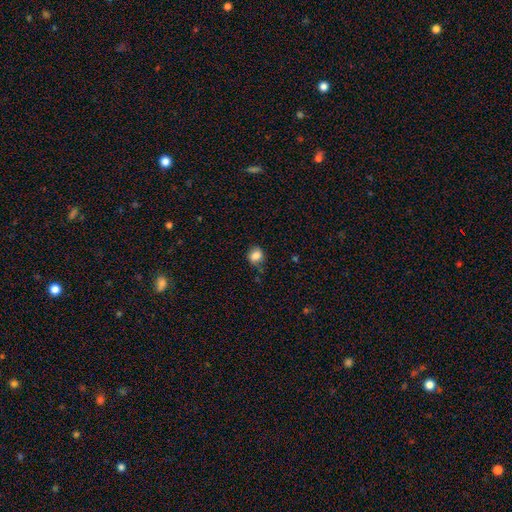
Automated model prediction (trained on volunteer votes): Smooth or featured? smooth (82%)
How rounded? round (67%)
Merging? none (63%)